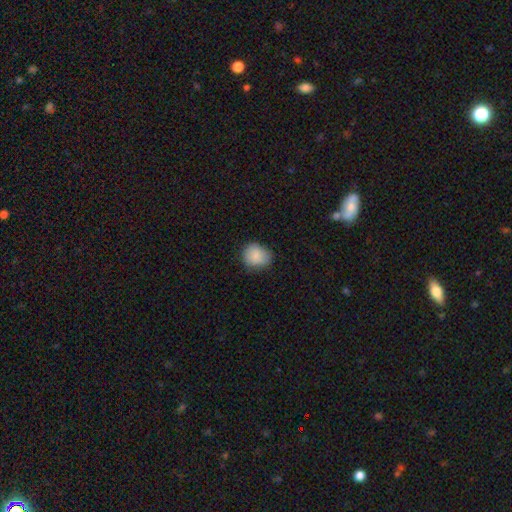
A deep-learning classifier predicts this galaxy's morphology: type=smooth (87%); roundness=round (69%); merging=none (72%).